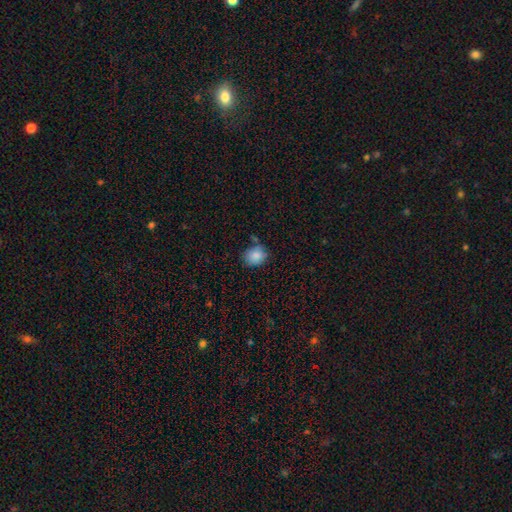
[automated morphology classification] smooth_or_featured: smooth (p=0.86) [alt: star or artifact p=0.08]
how_rounded: round (p=0.60) [alt: in between p=0.39]
merging: none (p=0.71) [alt: minor disturbance p=0.18]